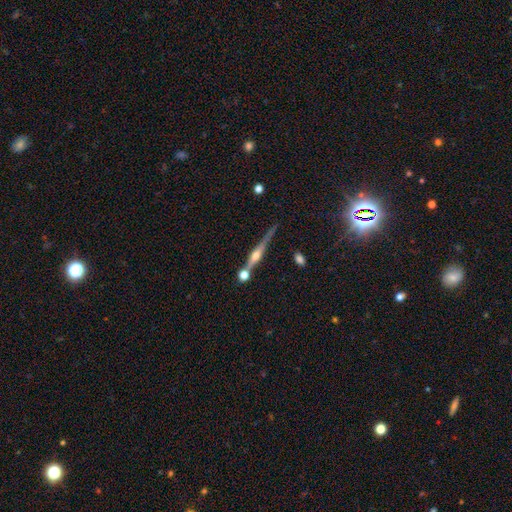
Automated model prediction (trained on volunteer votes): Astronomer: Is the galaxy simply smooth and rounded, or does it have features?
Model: featured or disk — 73%.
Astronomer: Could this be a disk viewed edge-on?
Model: yes — 96%.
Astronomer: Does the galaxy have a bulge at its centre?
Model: rounded — 89%.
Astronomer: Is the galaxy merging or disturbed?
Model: none — 68%.